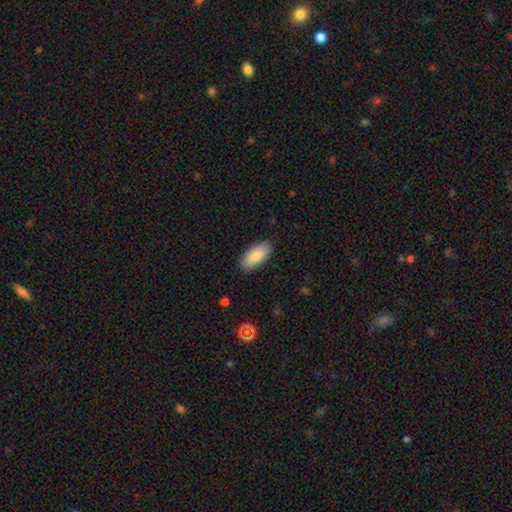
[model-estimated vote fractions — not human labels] Smooth or featured? Predicted: smooth (p=0.85). How rounded? Predicted: in between (p=0.91). Merging? Predicted: none (p=0.87).